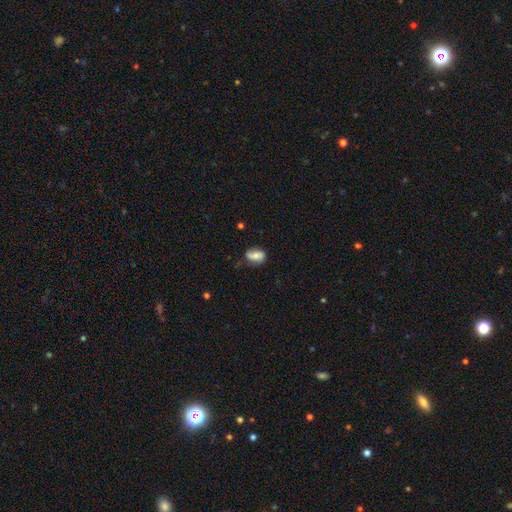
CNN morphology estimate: Smooth or featured: smooth — 57% (featured or disk — 35%)
How rounded: in between — 80% (round — 18%)
Merging: none — 63% (minor disturbance — 27%)